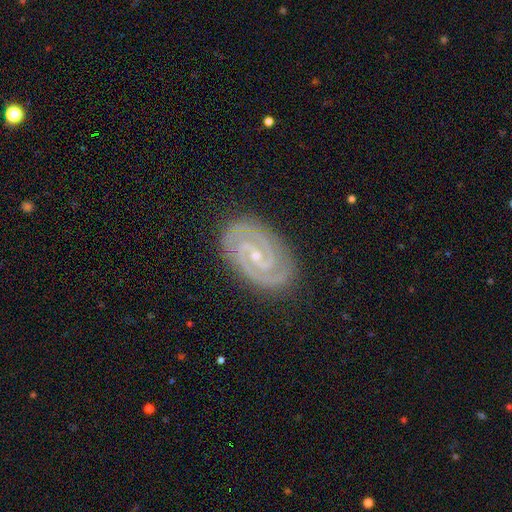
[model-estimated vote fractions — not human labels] Smooth or featured? Predicted: featured or disk (p=0.92). Edge-on disk? Predicted: no (p=0.98). Bar? Predicted: weak (p=0.43). Spiral arms? Predicted: yes (p=0.99). Spiral winding? Predicted: tight (p=0.69). Spiral arm count? Predicted: 2 (p=0.89). Bulge size? Predicted: small (p=0.77). Merging? Predicted: none (p=0.86).